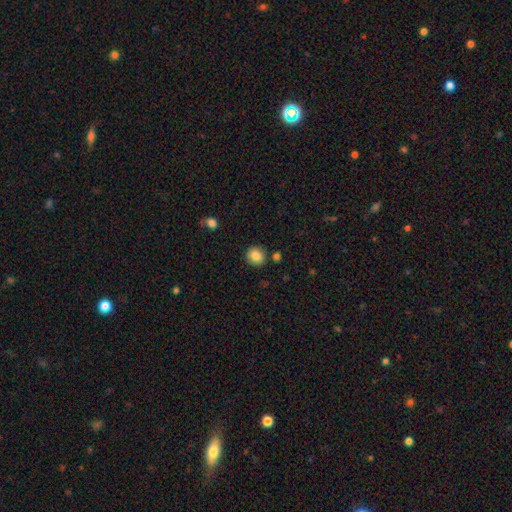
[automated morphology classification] This is clearly a smooth galaxy (86%). How rounded: likely round (77%). Merging: clearly none (84%).